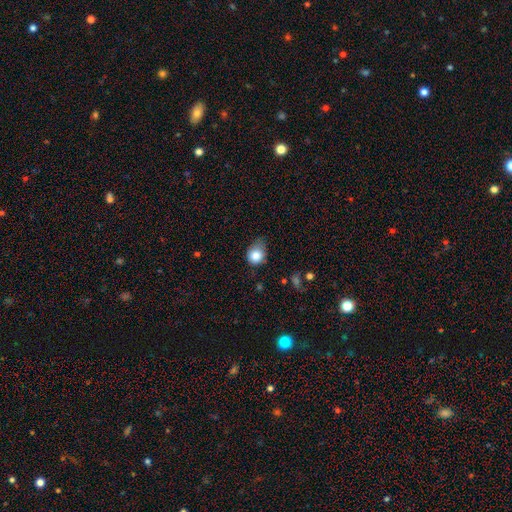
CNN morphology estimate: smooth 84%, star or artifact 9%, featured or disk 7%. Down the decision tree: how rounded — round (65%); merging — minor disturbance (43%, tied with none).